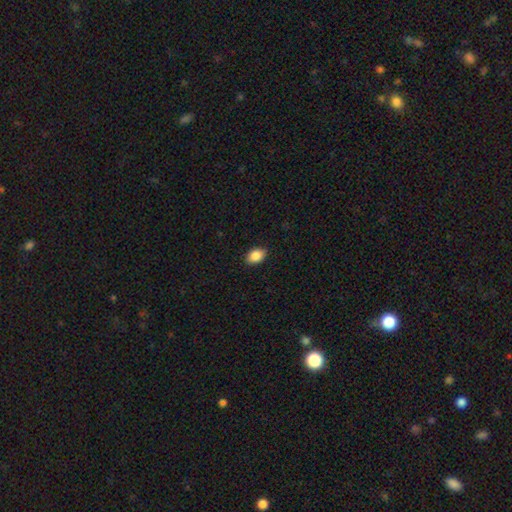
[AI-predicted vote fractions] Morphology: type=smooth (89%); roundness=in between (85%); merging=none (89%).